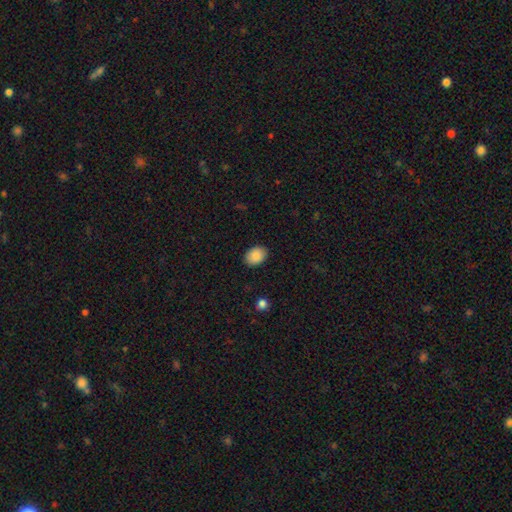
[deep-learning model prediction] Smooth or featured: smooth — 88% (star or artifact — 7%)
How rounded: in between — 78% (round — 22%)
Merging: none — 88% (minor disturbance — 9%)